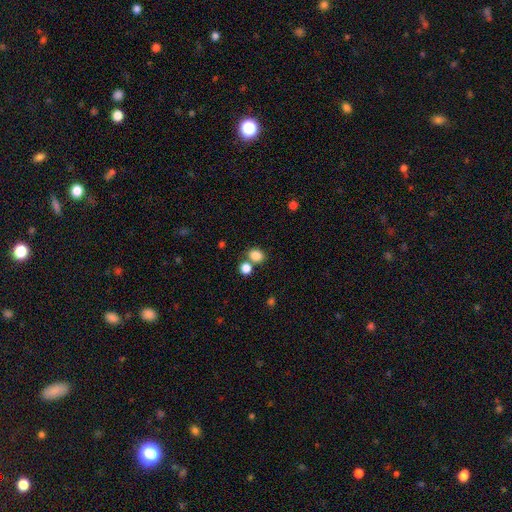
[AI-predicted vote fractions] smooth-or-featured: smooth: 84% | star or artifact: 11% | featured or disk: 5%
  how-rounded: round: 56% | in between: 43% | cigar-shaped: 1%
  merging: none: 61% | merger: 26% | minor disturbance: 9% | major disturbance: 4%